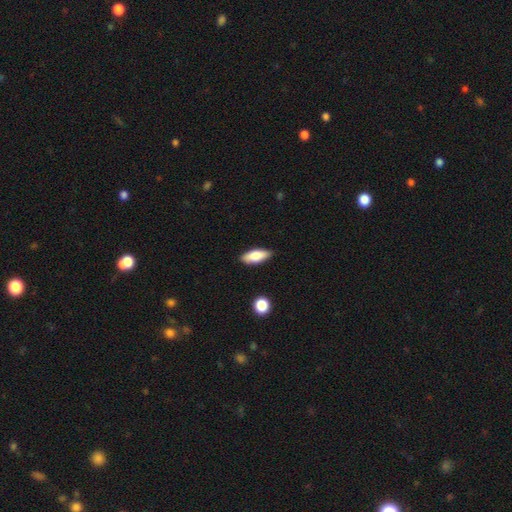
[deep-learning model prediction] This appears to be a smooth galaxy with no disk features (80%) that is in between round and cigar-shaped (78%). Merging: none (84%).